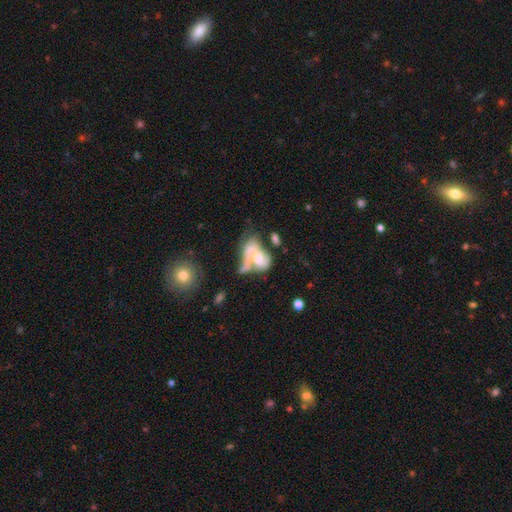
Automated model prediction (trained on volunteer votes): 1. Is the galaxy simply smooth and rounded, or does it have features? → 54% featured or disk, 38% smooth, 9% star or artifact.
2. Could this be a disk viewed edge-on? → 95% no, 5% yes.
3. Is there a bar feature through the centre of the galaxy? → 73% no, 20% weak, 6% strong.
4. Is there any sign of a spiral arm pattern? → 52% yes, 48% no.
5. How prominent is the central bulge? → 49% moderate, 21% small, 14% large, 13% none, 3% dominant.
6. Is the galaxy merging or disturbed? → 54% merger, 20% major disturbance, 15% none, 11% minor disturbance.